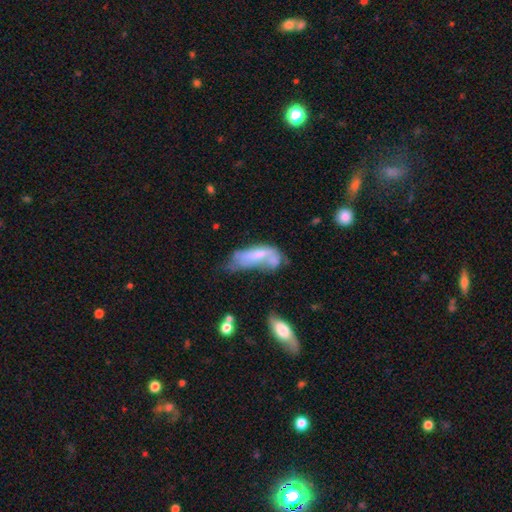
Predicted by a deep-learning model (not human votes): Smooth or featured? smooth (47%)
Merging? major disturbance (28%)